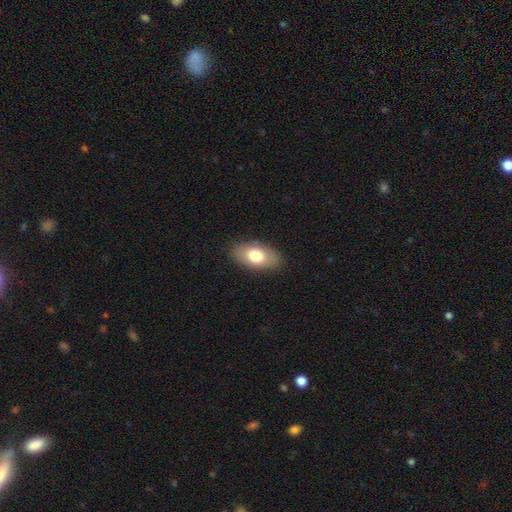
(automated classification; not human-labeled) Smooth or featured?
  - smooth: 75% *
  - featured or disk: 18%
  - star or artifact: 7%
How rounded?
  - in between: 92% *
  - round: 5%
  - cigar-shaped: 3%
Merging?
  - none: 86% *
  - minor disturbance: 10%
  - major disturbance: 3%
  - merger: 1%